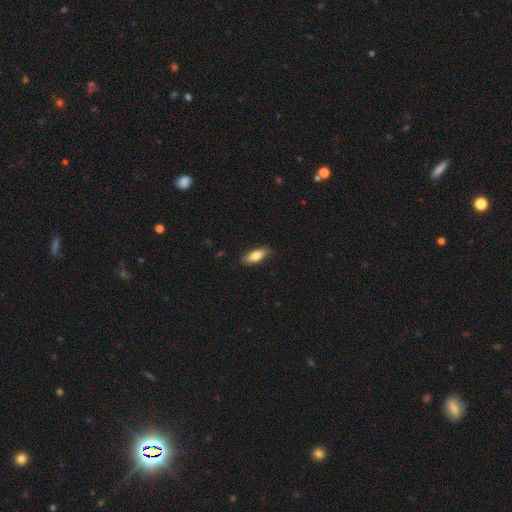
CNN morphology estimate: A smooth galaxy with no disk features (77%) that is in between round and cigar-shaped (76%).

Vote fractions:
- Smooth or featured? smooth: 77% / featured or disk: 17% / star or artifact: 6%
- How rounded? in between: 76% / cigar-shaped: 21% / round: 2%
- Merging? none: 83% / minor disturbance: 14% / major disturbance: 2% / merger: 1%